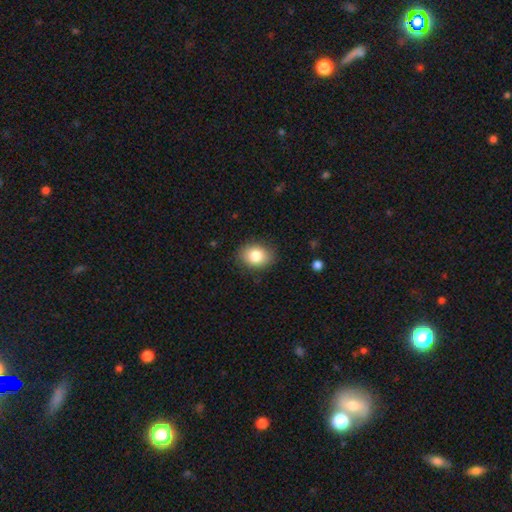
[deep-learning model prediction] This appears to be a smooth galaxy with no disk features (83%) that is in between round and cigar-shaped (63%). Merging: none (85%).